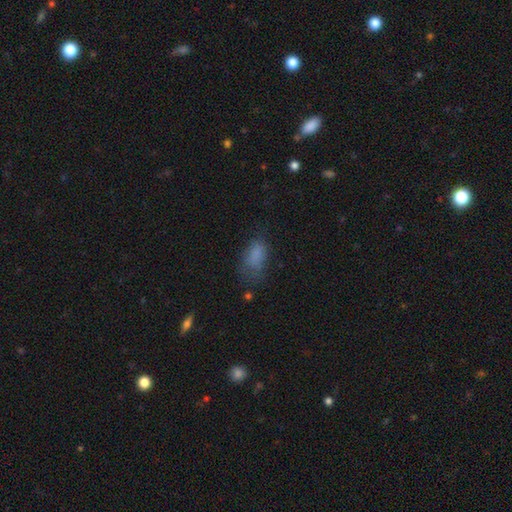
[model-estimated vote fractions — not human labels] A smooth galaxy with no disk features (78%) that is in between round and cigar-shaped (89%).

Vote fractions:
- Smooth or featured? smooth: 78% / star or artifact: 12% / featured or disk: 10%
- How rounded? in between: 89% / round: 7% / cigar-shaped: 4%
- Merging? none: 48% / minor disturbance: 29% / major disturbance: 20% / merger: 2%